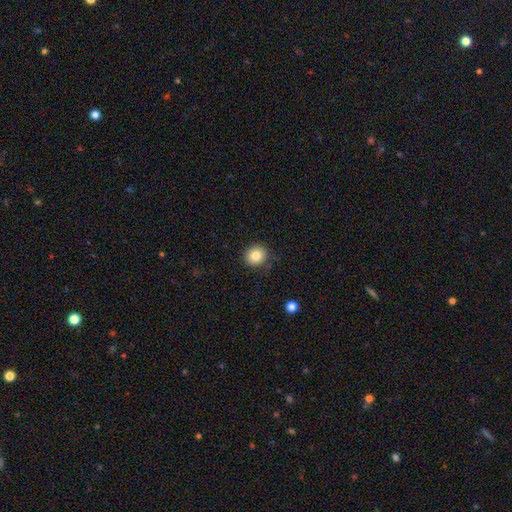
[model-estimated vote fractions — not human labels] Morphology: type=smooth (83%); roundness=round (86%); merging=none (85%).